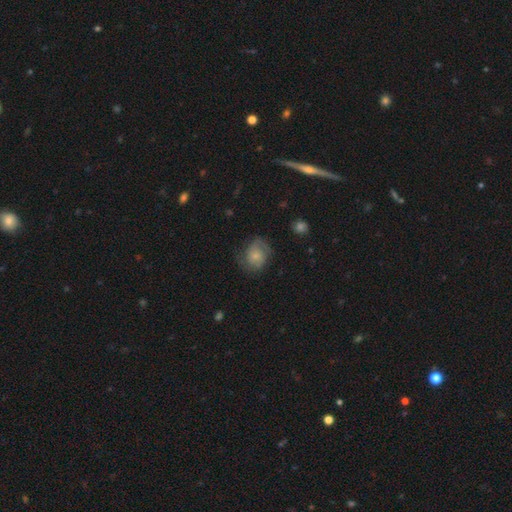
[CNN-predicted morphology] A smooth galaxy with no disk features (54%) that is round (59%). Merging: none (59%).